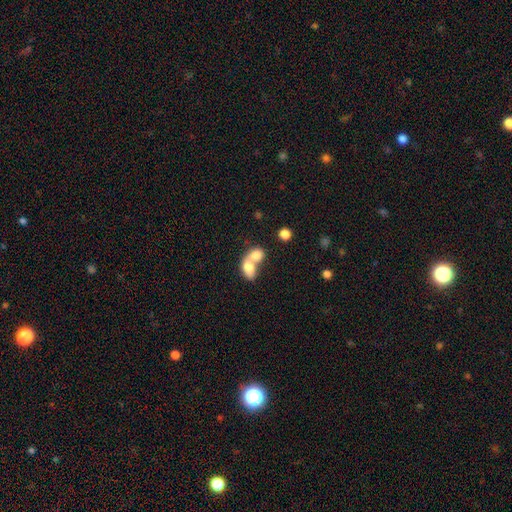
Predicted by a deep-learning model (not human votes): smooth-or-featured: smooth: 76% | featured or disk: 17% | star or artifact: 8%
  how-rounded: in between: 68% | round: 30% | cigar-shaped: 2%
  merging: merger: 78% | none: 14% | minor disturbance: 5% | major disturbance: 3%